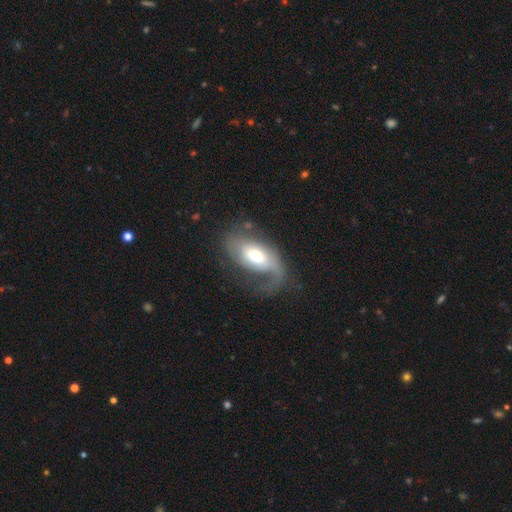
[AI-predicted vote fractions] Morphology: type=featured or disk (58%); edge-on=no (93%); bar=no (55%); spiral arms=yes (74%); bulge=moderate (62%); merging=none (39%).